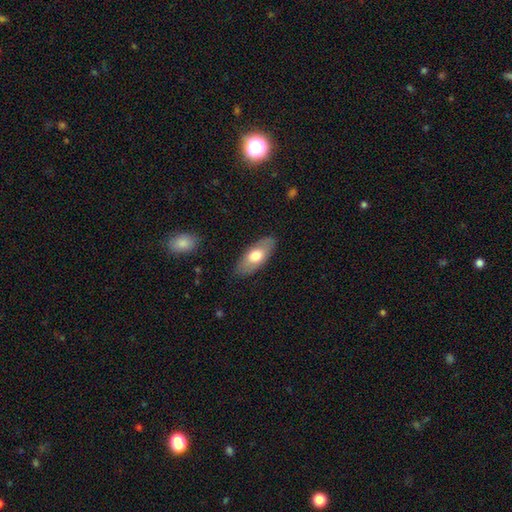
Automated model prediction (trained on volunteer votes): smooth 65%, featured or disk 29%, star or artifact 5%. Down the decision tree: how rounded — in between (86%); merging — none (84%).